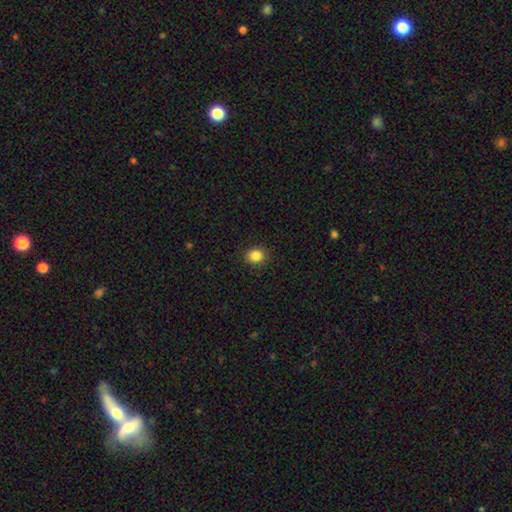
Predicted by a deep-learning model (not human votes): smooth-or-featured: smooth: 86% | star or artifact: 10% | featured or disk: 4%
  how-rounded: round: 76% | in between: 23% | cigar-shaped: 1%
  merging: none: 91% | minor disturbance: 6% | major disturbance: 2% | merger: 1%